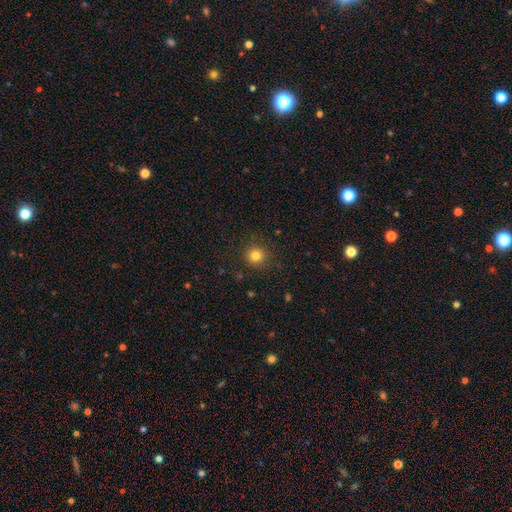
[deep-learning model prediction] The model was most divided on "smooth or featured": smooth: 81%, star or artifact: 13%, featured or disk: 6%. More confident: how rounded — round (93%); merging — none (89%).